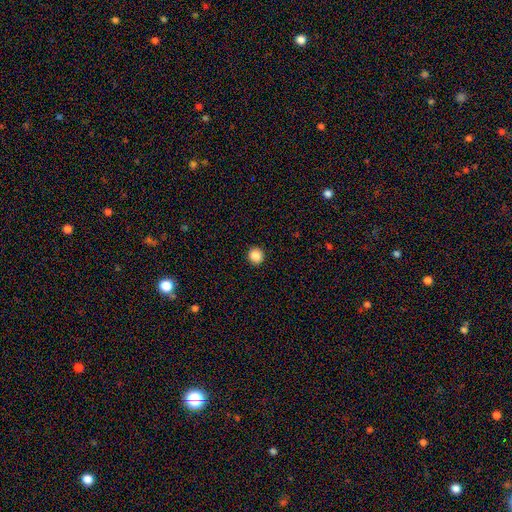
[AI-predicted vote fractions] The model was most divided on "smooth or featured": smooth: 87%, star or artifact: 10%, featured or disk: 3%. More confident: how rounded — round (95%); merging — none (93%).